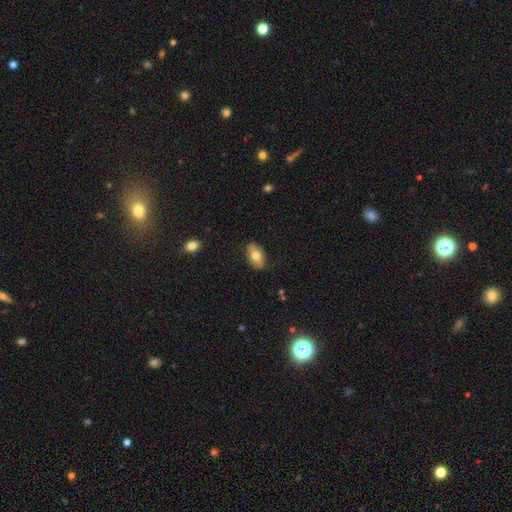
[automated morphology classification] The model was most divided on "smooth or featured": smooth: 67%, featured or disk: 26%, star or artifact: 7%. More confident: how rounded — in between (91%); merging — none (82%).